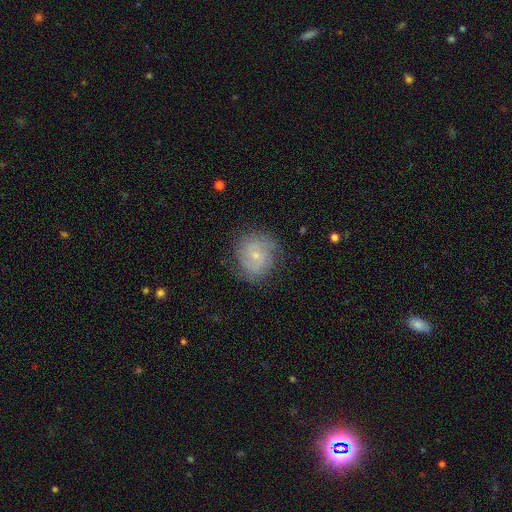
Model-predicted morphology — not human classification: Smooth or featured? Predicted: featured or disk (p=0.64). Edge-on disk? Predicted: no (p=0.98). Bar? Predicted: no (p=0.68). Spiral arms? Predicted: yes (p=0.88). Spiral winding? Predicted: tight (p=0.49). Spiral arm count? Predicted: 2 (p=0.54). Bulge size? Predicted: small (p=0.74). Merging? Predicted: none (p=0.76).